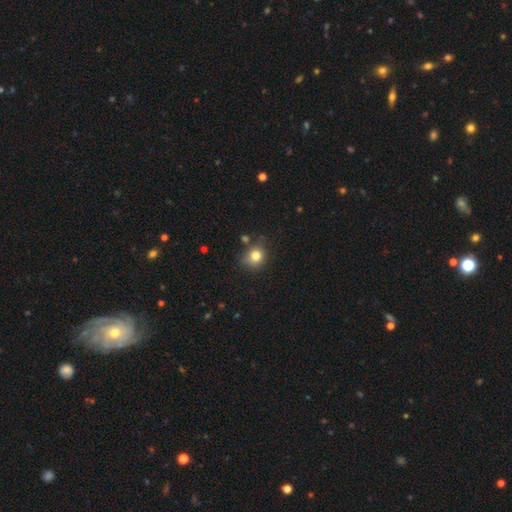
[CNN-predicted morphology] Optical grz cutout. It shows a smooth galaxy with no disk features (80%) that is round (75%). Merging: none (70%).